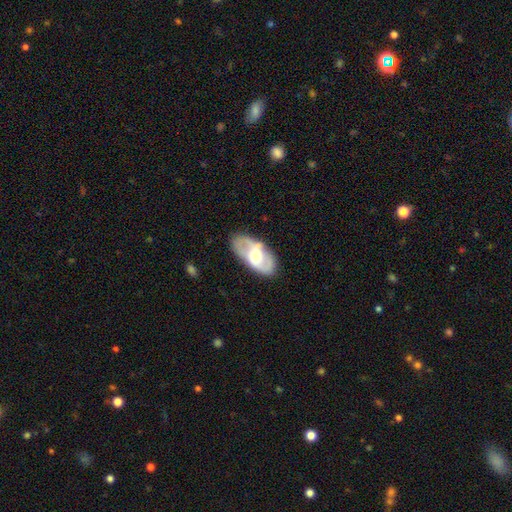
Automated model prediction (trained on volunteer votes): The model was most divided on "smooth or featured": featured or disk: 54%, smooth: 40%, star or artifact: 6%. More confident: edge-on disk — no (90%); merging — none (70%).